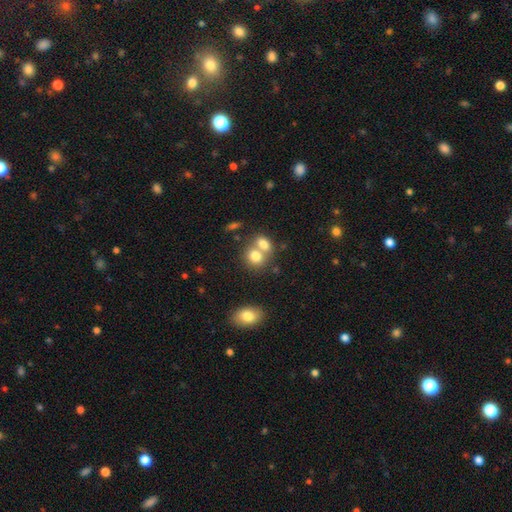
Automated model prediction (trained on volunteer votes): Morphology: type=smooth (79%); roundness=round (54%); merging=merger (58%).